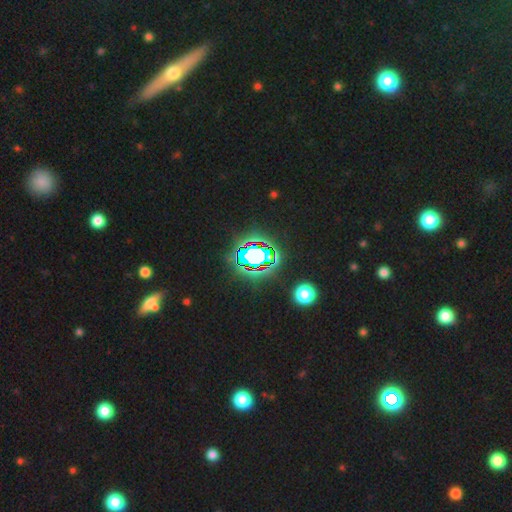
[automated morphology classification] Smooth or featured: star or artifact — 70% (smooth — 17%)